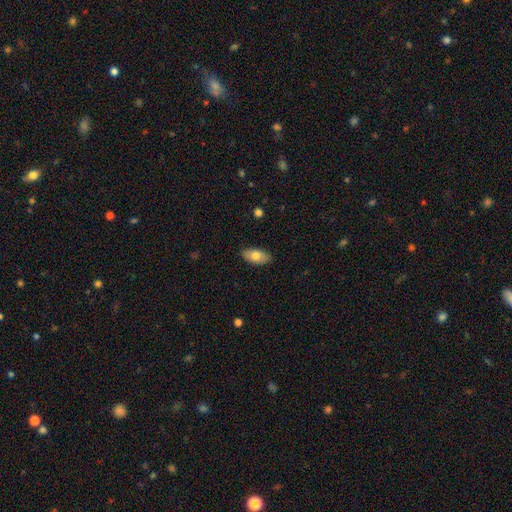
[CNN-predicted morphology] type=smooth (73%); roundness=in between (92%); merging=none (86%).